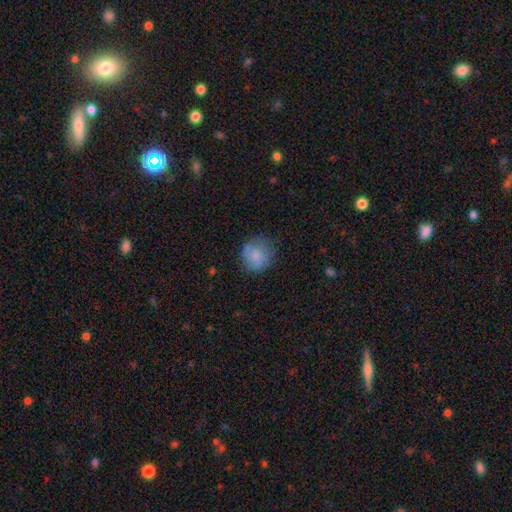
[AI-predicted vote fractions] smooth 82%, featured or disk 10%, star or artifact 8%. Down the decision tree: how rounded — round (86%); merging — none (73%).